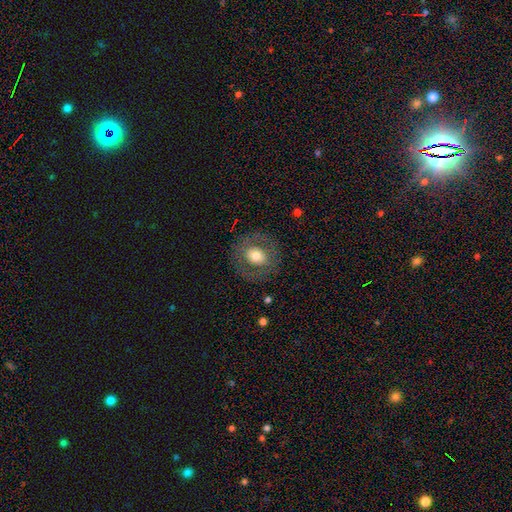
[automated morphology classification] A smooth galaxy with no disk features (58%) that is round (78%).

Vote fractions:
- Smooth or featured? smooth: 58% / featured or disk: 34% / star or artifact: 8%
- How rounded? round: 78% / in between: 21% / cigar-shaped: 1%
- Merging? none: 81% / minor disturbance: 10% / major disturbance: 8% / merger: 1%